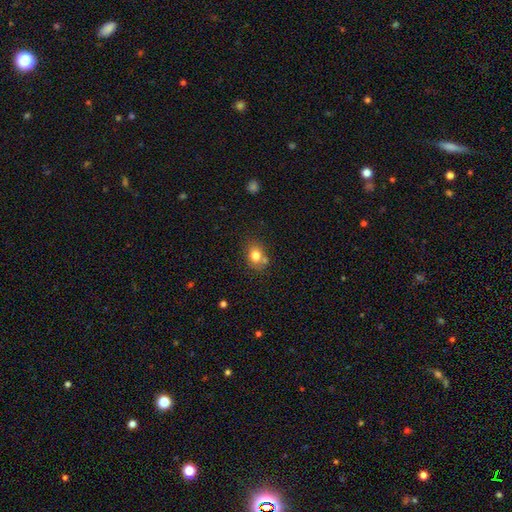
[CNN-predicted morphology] smooth_or_featured: smooth (p=0.78) [alt: star or artifact p=0.11]
how_rounded: in between (p=0.50) [alt: round p=0.49]
merging: none (p=0.64) [alt: merger p=0.16]